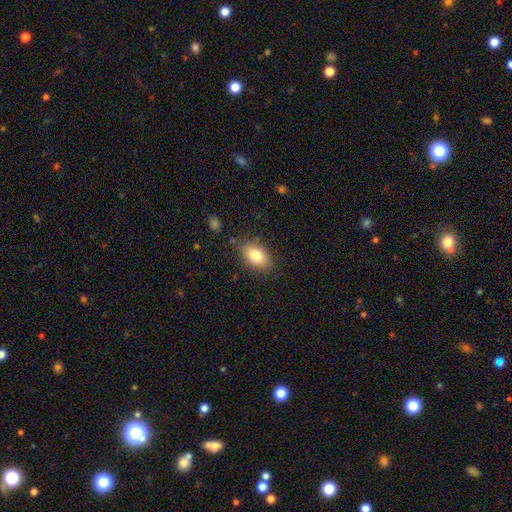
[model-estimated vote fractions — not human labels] smooth 82%, featured or disk 10%, star or artifact 8%. Down the decision tree: how rounded — in between (88%); merging — none (82%).